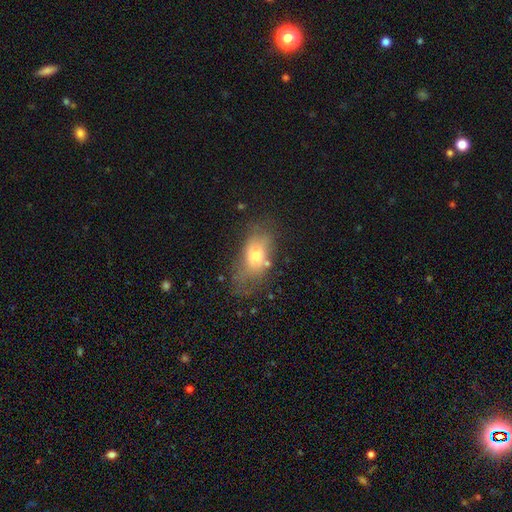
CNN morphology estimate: This appears to be a smooth galaxy with no disk features (64%) that is in between round and cigar-shaped (87%). Merging: none (43%).